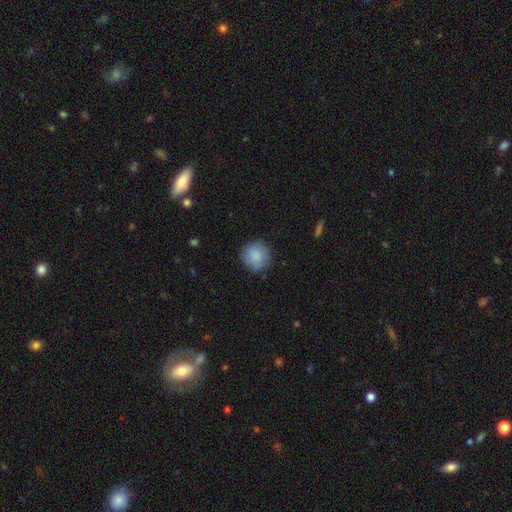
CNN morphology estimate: Smooth or featured: smooth — 87% (featured or disk — 7%)
How rounded: round — 93% (in between — 6%)
Merging: none — 83% (minor disturbance — 13%)